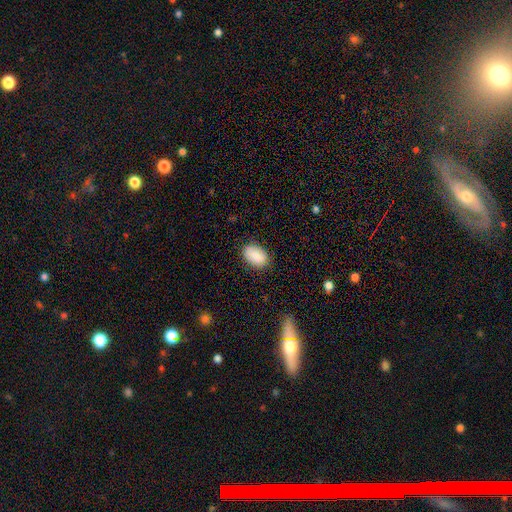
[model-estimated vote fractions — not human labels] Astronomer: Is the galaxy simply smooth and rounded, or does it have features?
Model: smooth — 86%.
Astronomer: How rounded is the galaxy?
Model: in between — 90%.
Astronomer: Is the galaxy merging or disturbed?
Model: none — 83%.